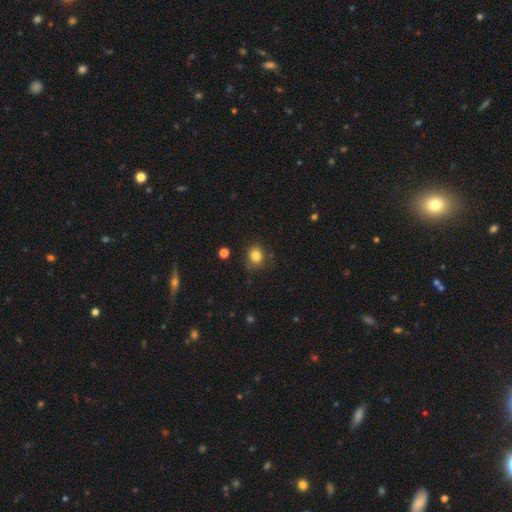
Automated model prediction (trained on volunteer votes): Smooth or featured?
  - smooth: 83% *
  - star or artifact: 11%
  - featured or disk: 6%
How rounded?
  - round: 74% *
  - in between: 25%
  - cigar-shaped: 1%
Merging?
  - none: 80% *
  - minor disturbance: 14%
  - major disturbance: 4%
  - merger: 3%